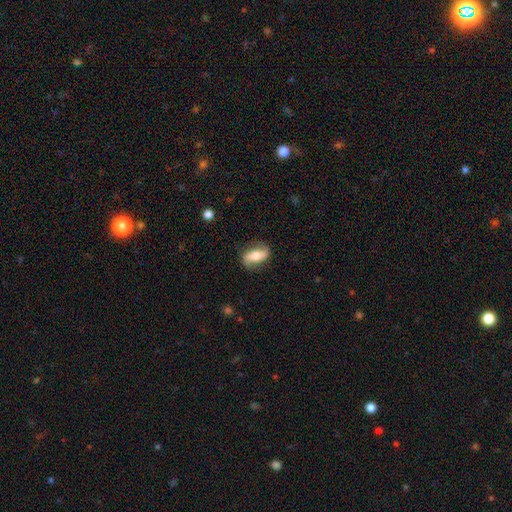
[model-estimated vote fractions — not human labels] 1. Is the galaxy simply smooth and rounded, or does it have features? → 62% featured or disk, 32% smooth, 7% star or artifact.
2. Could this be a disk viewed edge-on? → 89% no, 11% yes.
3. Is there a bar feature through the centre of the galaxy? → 37% strong, 36% no, 27% weak.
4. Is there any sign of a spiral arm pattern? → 87% yes, 13% no.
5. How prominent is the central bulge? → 53% moderate, 24% small, 15% large, 4% none, 3% dominant.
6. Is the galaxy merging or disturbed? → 79% none, 15% minor disturbance, 5% major disturbance, 1% merger.